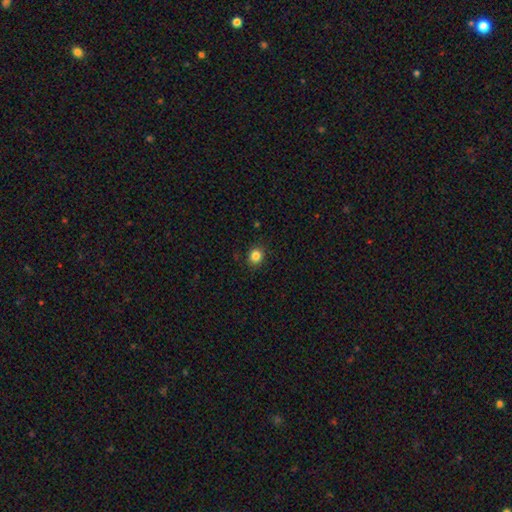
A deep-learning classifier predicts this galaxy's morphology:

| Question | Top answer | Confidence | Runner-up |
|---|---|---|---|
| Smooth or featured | smooth | 84% | star or artifact (11%) |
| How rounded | round | 77% | in between (22%) |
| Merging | none | 90% | minor disturbance (7%) |